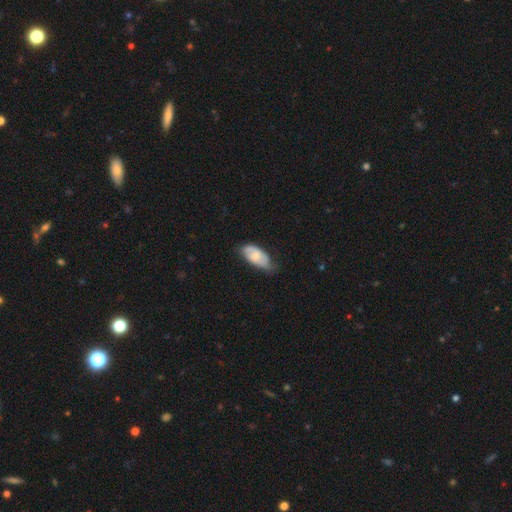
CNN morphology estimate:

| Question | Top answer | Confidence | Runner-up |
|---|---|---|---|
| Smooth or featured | smooth | 60% | featured or disk (34%) |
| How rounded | in between | 91% | cigar-shaped (6%) |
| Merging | none | 54% | minor disturbance (37%) |